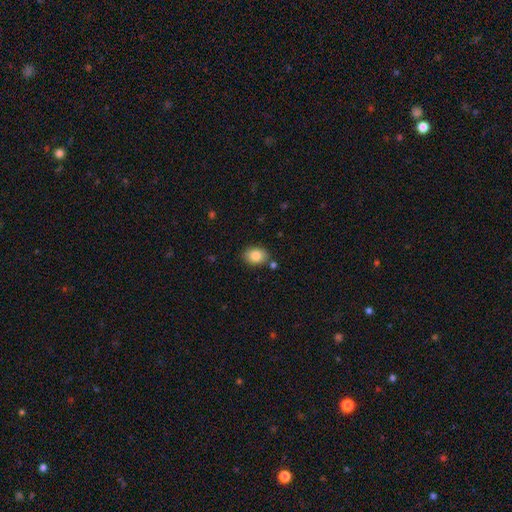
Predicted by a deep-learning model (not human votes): A smooth galaxy with no disk features (83%) that is in between round and cigar-shaped (68%). Merging: none (82%).